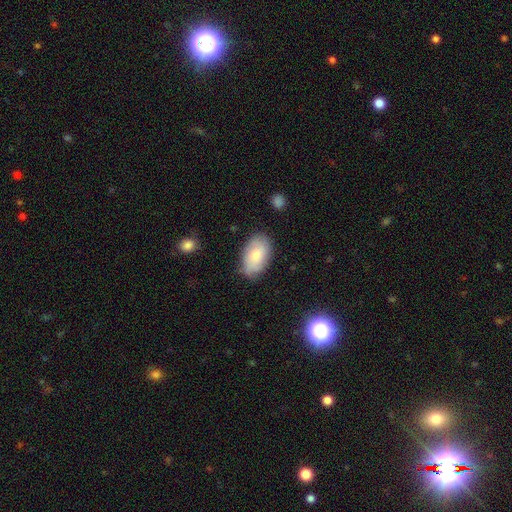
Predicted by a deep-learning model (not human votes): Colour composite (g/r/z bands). It shows a smooth galaxy with no disk features (66%) that is in between round and cigar-shaped (91%). Merging: none (73%).